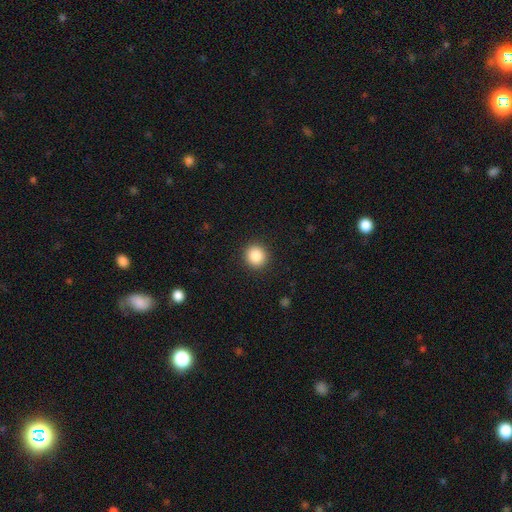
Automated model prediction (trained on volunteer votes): Morphology: type=smooth (86%); roundness=round (92%); merging=none (92%).